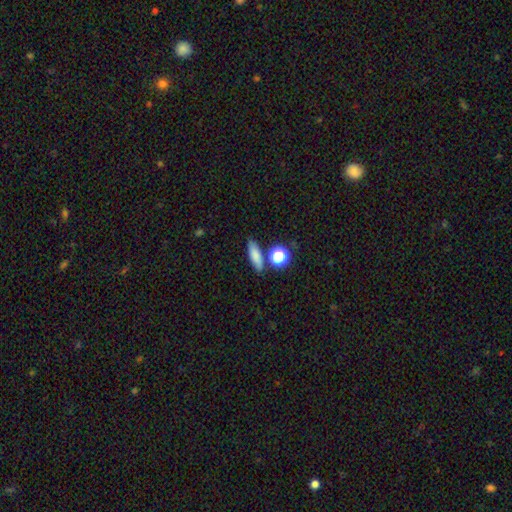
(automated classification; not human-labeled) This appears to be a smooth galaxy with no disk features (77%) that is in between round and cigar-shaped (45%). Merging: none (77%).